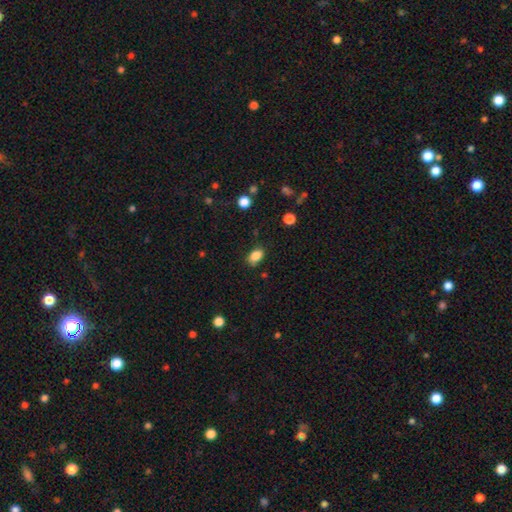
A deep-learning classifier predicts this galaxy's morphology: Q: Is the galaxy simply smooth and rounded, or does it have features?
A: smooth — 86%.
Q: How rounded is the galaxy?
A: in between — 84%.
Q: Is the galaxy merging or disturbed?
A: none — 79%.